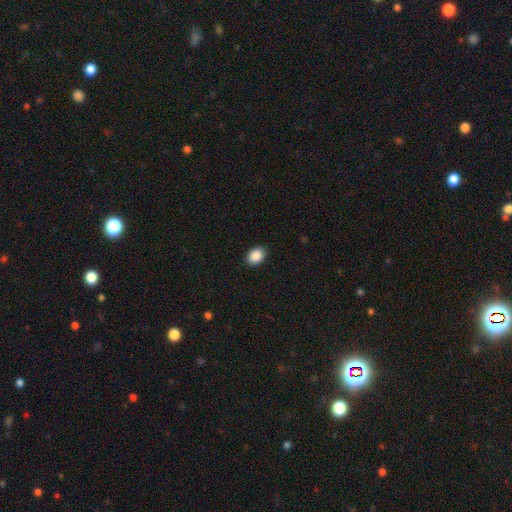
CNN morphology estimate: The model was most divided on "how rounded": in between: 79%, round: 20%, cigar-shaped: 1%. More confident: smooth or featured — smooth (89%); merging — none (89%).